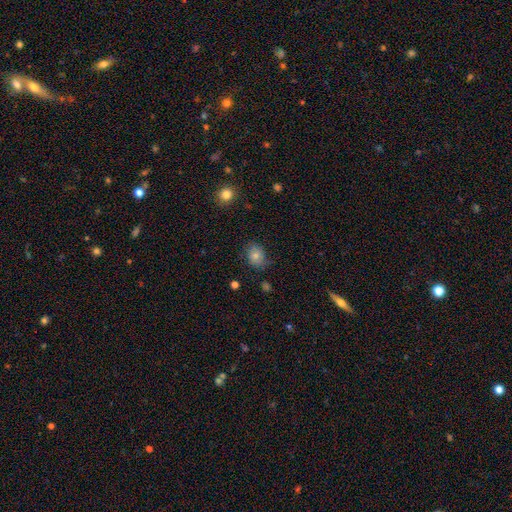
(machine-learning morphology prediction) A smooth galaxy with no disk features (76%) that is in between round and cigar-shaped (55%). Merging: none (66%).